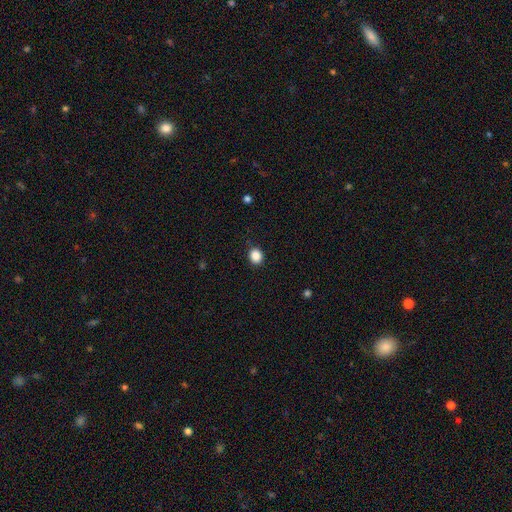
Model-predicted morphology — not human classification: This appears to be a smooth galaxy with no disk features (87%) that is round (66%). Merging: none (88%).